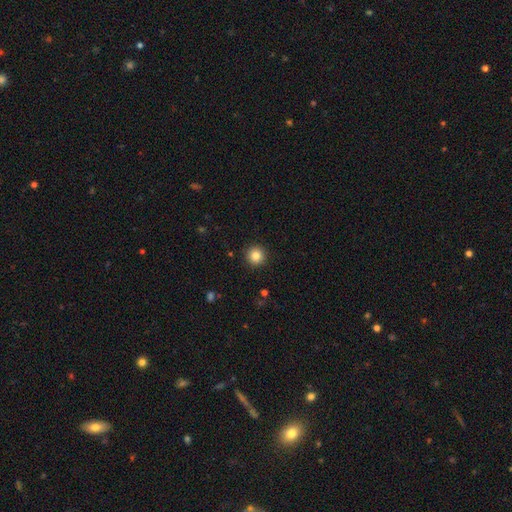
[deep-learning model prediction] Overall: smooth (83%). How rounded: round (96%). Merging: none (92%).